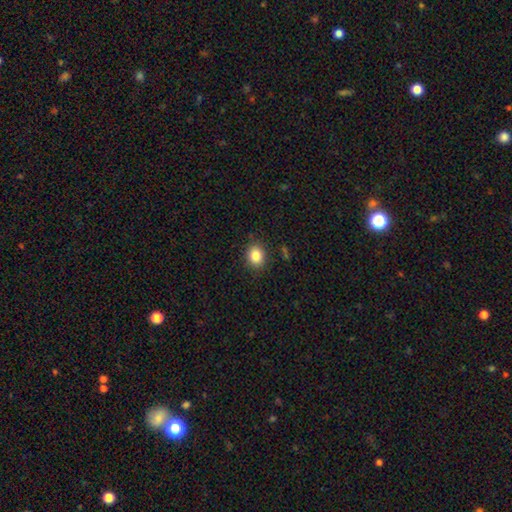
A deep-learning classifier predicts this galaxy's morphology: Overall: smooth (84%). How rounded: round (58%; in between 41%). Merging: none (87%).